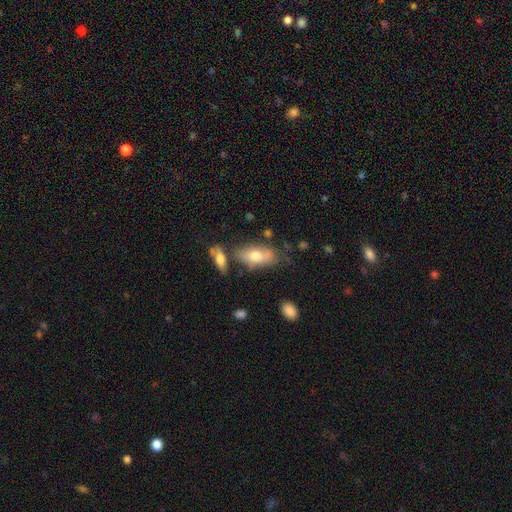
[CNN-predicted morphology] Smooth or featured: smooth — 69% (featured or disk — 24%)
How rounded: in between — 85% (cigar-shaped — 11%)
Merging: none — 60% (minor disturbance — 22%)